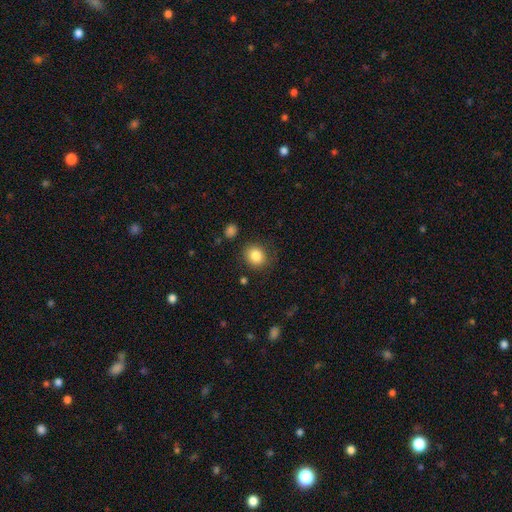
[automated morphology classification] A smooth galaxy with no disk features (84%) that is round (76%). Merging: none (84%).